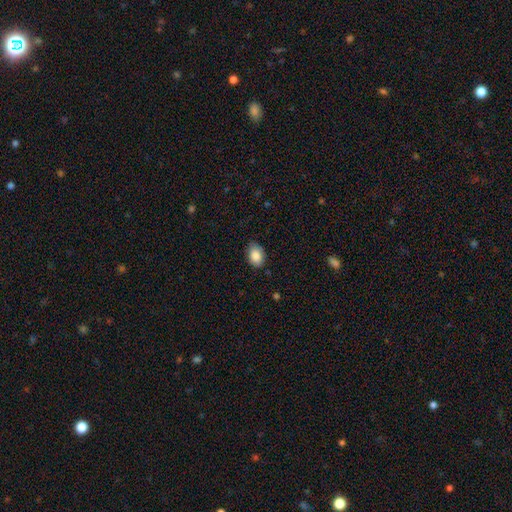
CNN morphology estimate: Smooth or featured? Predicted: smooth (p=0.87). How rounded? Predicted: in between (p=0.83). Merging? Predicted: none (p=0.82).